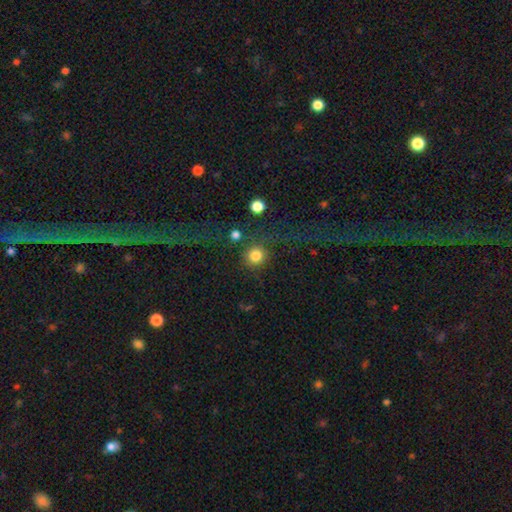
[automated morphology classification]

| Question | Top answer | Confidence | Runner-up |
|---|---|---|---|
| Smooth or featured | smooth | 82% | star or artifact (12%) |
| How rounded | round | 92% | in between (7%) |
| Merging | none | 71% | minor disturbance (11%) |